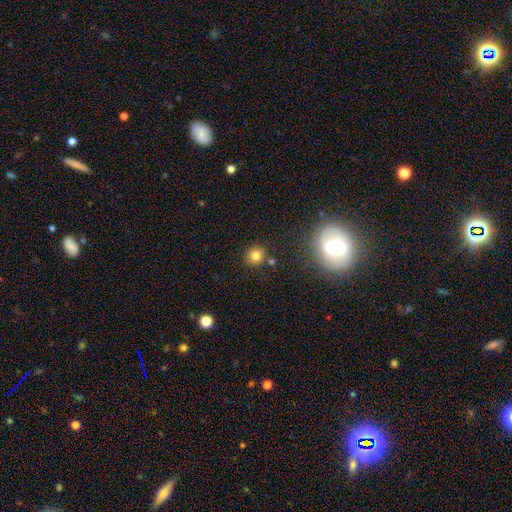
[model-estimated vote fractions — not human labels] A smooth galaxy with no disk features (79%) that is round (89%).

Vote fractions:
- Smooth or featured? smooth: 79% / star or artifact: 14% / featured or disk: 7%
- How rounded? round: 89% / in between: 10% / cigar-shaped: 1%
- Merging? none: 81% / minor disturbance: 9% / merger: 8% / major disturbance: 3%